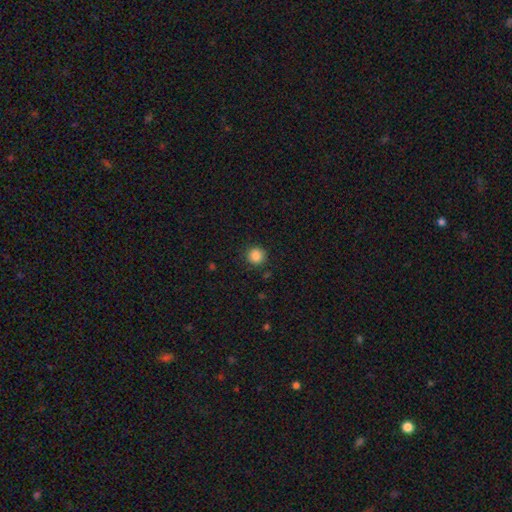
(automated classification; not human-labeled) smooth_or_featured: smooth (p=0.87) [alt: star or artifact p=0.10]
how_rounded: round (p=0.93) [alt: in between p=0.06]
merging: none (p=0.89) [alt: minor disturbance p=0.07]